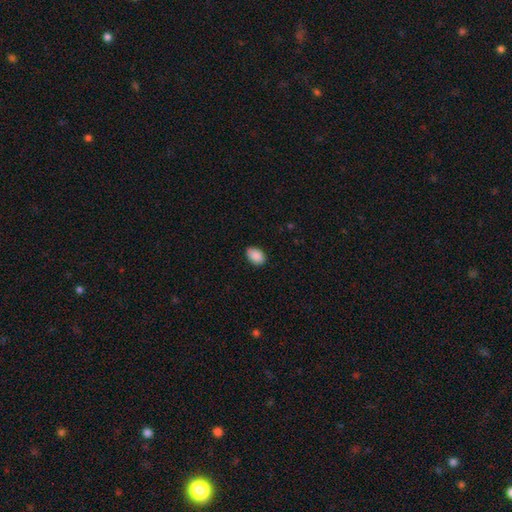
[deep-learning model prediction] Smooth or featured? Predicted: smooth (p=0.90). How rounded? Predicted: in between (p=0.89). Merging? Predicted: none (p=0.83).